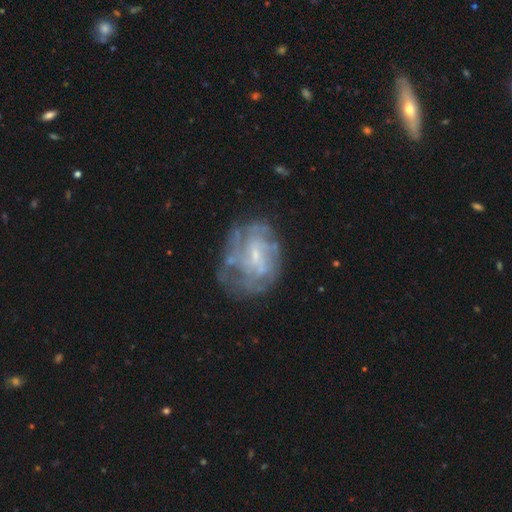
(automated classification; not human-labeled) featured or disk 74%, smooth 17%, star or artifact 9%. Down the decision tree: edge-on disk — no (97%); bar — weak (47%); spiral arms — yes (68%); bulge size — small (65%); merging — none (59%).